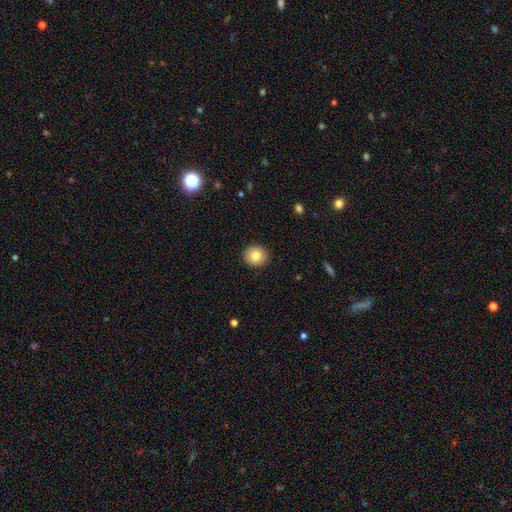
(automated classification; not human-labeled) A smooth galaxy with no disk features (80%) that is round (88%).

Vote fractions:
- Smooth or featured? smooth: 80% / featured or disk: 11% / star or artifact: 9%
- How rounded? round: 88% / in between: 11% / cigar-shaped: 1%
- Merging? none: 92% / minor disturbance: 6% / major disturbance: 2% / merger: 1%